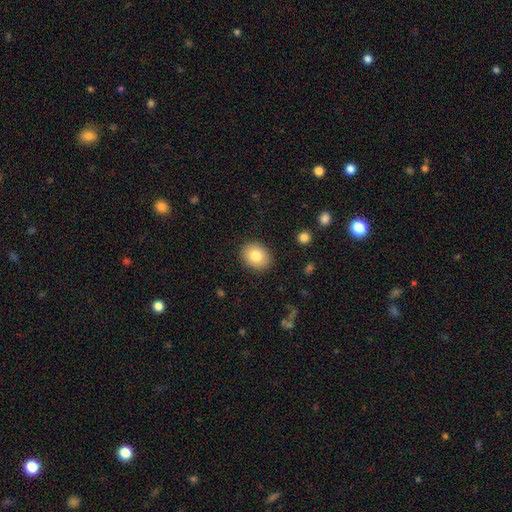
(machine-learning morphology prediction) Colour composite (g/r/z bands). It shows a smooth galaxy with no disk features (82%) that is round (52%). Merging: none (89%).